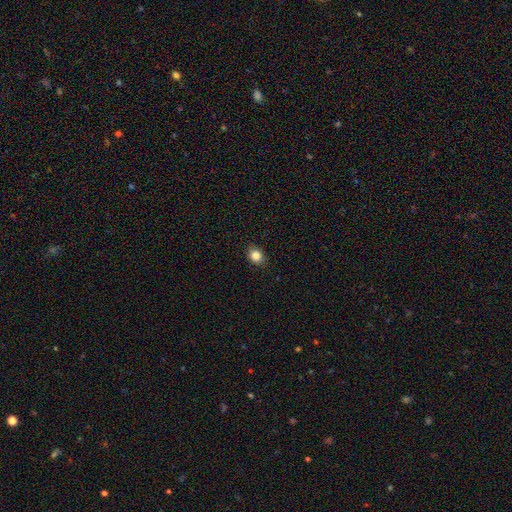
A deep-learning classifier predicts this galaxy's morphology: The model was most divided on "how rounded": in between: 51%, round: 48%, cigar-shaped: 1%. More confident: merging — none (89%); smooth or featured — smooth (85%).